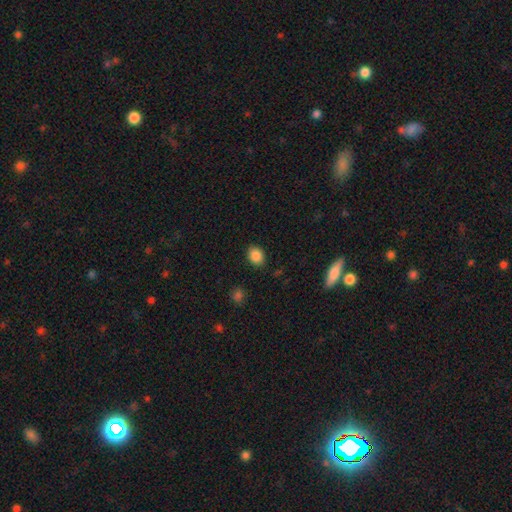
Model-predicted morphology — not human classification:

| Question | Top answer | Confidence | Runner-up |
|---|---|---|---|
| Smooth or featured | smooth | 87% | star or artifact (9%) |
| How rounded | in between | 58% | round (41%) |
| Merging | none | 87% | minor disturbance (9%) |